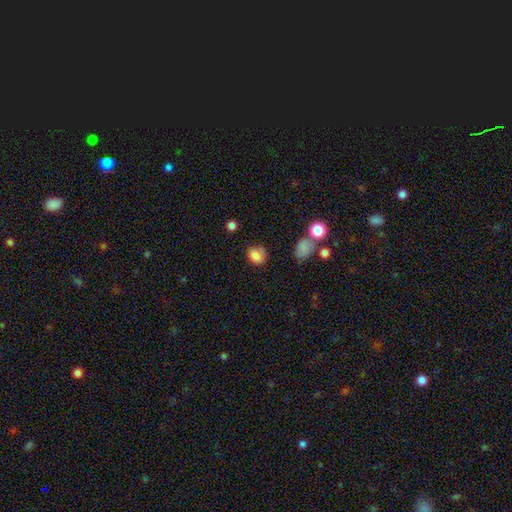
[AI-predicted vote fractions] The model was most divided on "how rounded": round: 50%, in between: 49%, cigar-shaped: 1%. More confident: smooth or featured — smooth (83%); merging — none (66%).